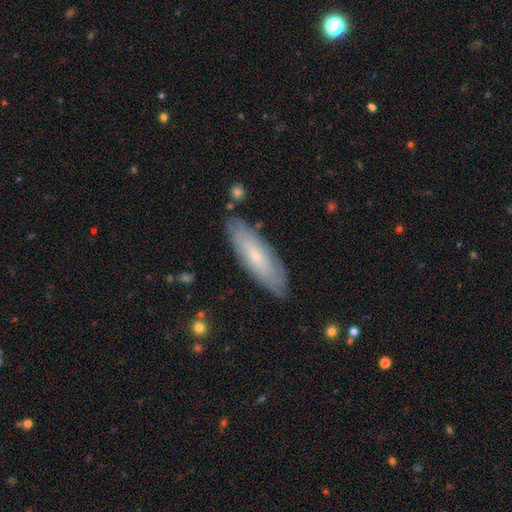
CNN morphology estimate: smooth-or-featured: smooth: 48% | featured or disk: 46% | star or artifact: 7%
  merging: none: 82% | minor disturbance: 13% | major disturbance: 3% | merger: 2%